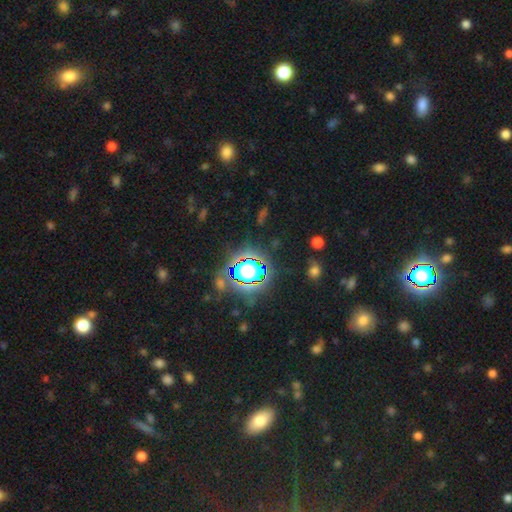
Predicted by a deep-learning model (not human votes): A star or artifact, not a galaxy (79%).

Vote fractions:
- Smooth or featured? star or artifact: 79% / smooth: 13% / featured or disk: 8%